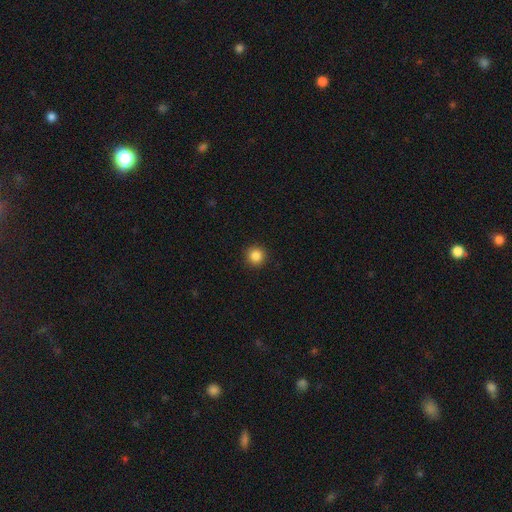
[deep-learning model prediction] Smooth or featured?
  - smooth: 85% *
  - star or artifact: 11%
  - featured or disk: 4%
How rounded?
  - round: 95% *
  - in between: 4%
  - cigar-shaped: 1%
Merging?
  - none: 93% *
  - minor disturbance: 4%
  - major disturbance: 2%
  - merger: 1%